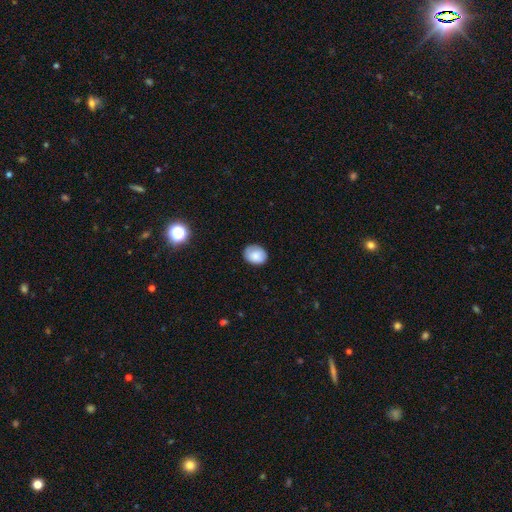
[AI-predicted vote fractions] smooth-or-featured: smooth: 81% | featured or disk: 11% | star or artifact: 8%
  how-rounded: in between: 55% | round: 44% | cigar-shaped: 1%
  merging: none: 79% | minor disturbance: 17% | major disturbance: 3% | merger: 1%